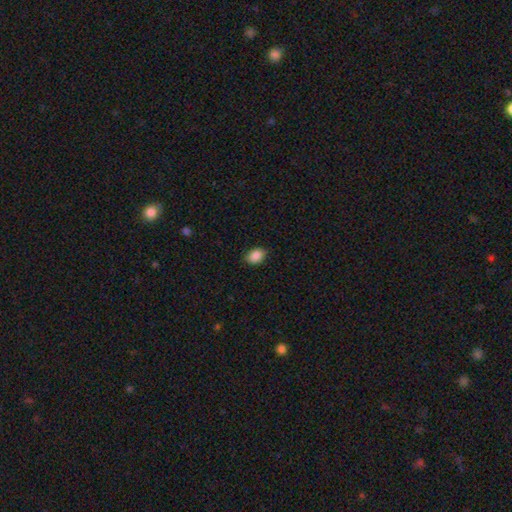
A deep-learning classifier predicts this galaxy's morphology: This appears to be a smooth galaxy with no disk features (88%) that is in between round and cigar-shaped (78%). Merging: none (87%).